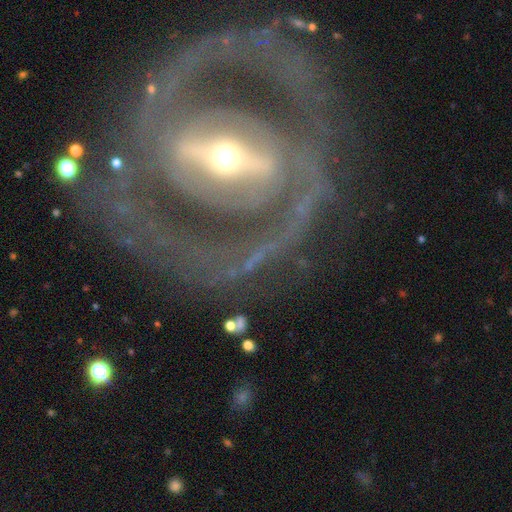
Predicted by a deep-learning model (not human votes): Q: Smooth or featured?
A: featured or disk (87%); runner-up: smooth (7%)
Q: Edge-on disk?
A: no (93%); runner-up: yes (7%)
Q: Bar?
A: strong (73%); runner-up: weak (18%)
Q: Spiral arms?
A: yes (78%); runner-up: no (22%)
Q: Spiral winding?
A: tight (45%); runner-up: medium (39%)
Q: Spiral arm count?
A: 2 (68%); runner-up: can't tell (14%)
Q: Bulge size?
A: moderate (52%); runner-up: small (39%)
Q: Merging?
A: none (65%); runner-up: major disturbance (18%)